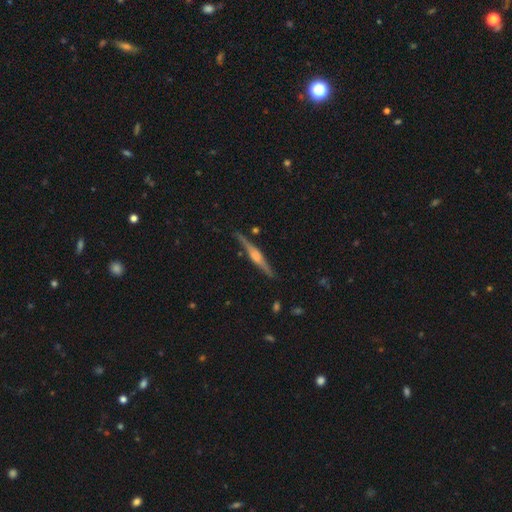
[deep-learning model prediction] Q: Smooth or featured?
A: featured or disk (77%); runner-up: smooth (17%)
Q: Edge-on disk?
A: yes (98%); runner-up: no (2%)
Q: Edge-on bulge?
A: rounded (60%); runner-up: boxy (33%)
Q: Merging?
A: none (86%); runner-up: minor disturbance (10%)